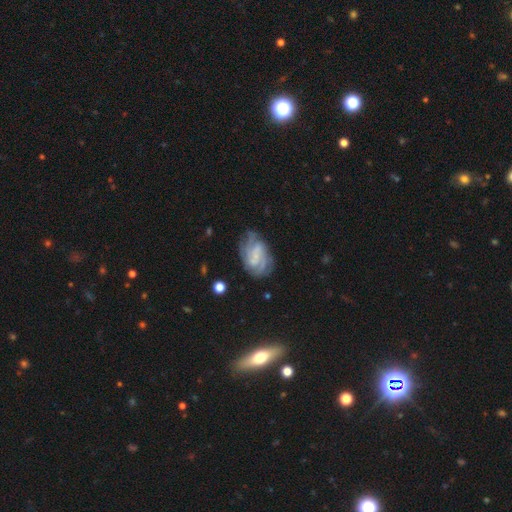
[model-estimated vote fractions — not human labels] featured or disk 75%, smooth 18%, star or artifact 8%. Down the decision tree: edge-on disk — no (97%); bar — weak (44%); spiral arms — yes (90%); spiral arm count — can't tell (36%); spiral winding — tight (45%); bulge size — small (50%); merging — none (66%).